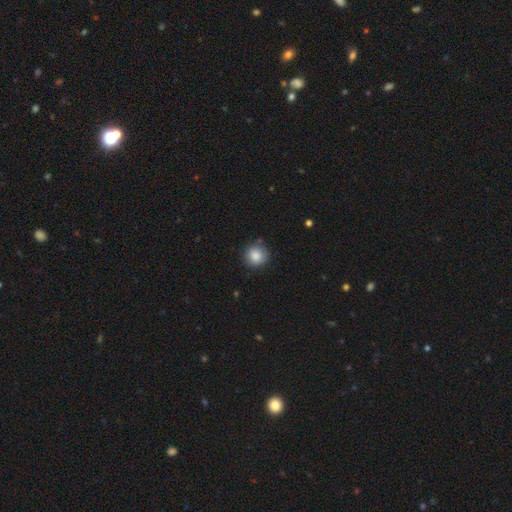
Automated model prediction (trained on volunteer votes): smooth 86%, star or artifact 9%, featured or disk 5%. Down the decision tree: how rounded — round (93%); merging — none (84%).